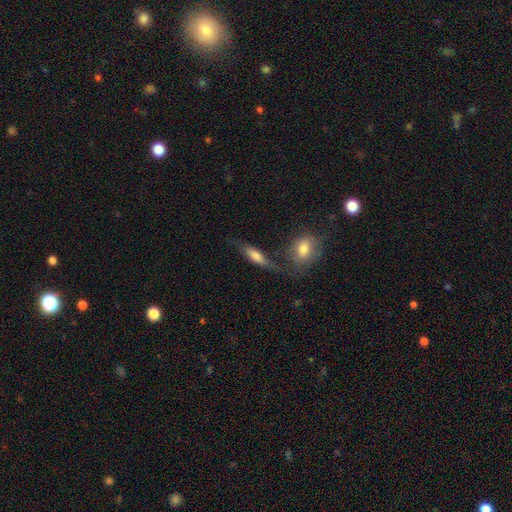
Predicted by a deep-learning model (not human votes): Morphology: type=smooth (66%); roundness=in between (50%); merging=none (46%).